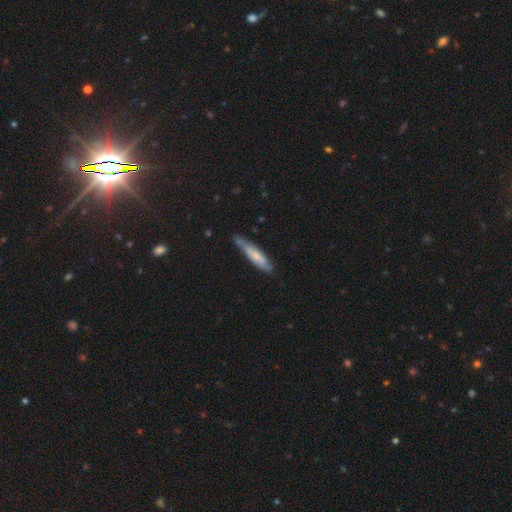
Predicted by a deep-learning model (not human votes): smooth 59%, featured or disk 35%, star or artifact 5%. Down the decision tree: how rounded — cigar-shaped (81%); merging — none (70%).